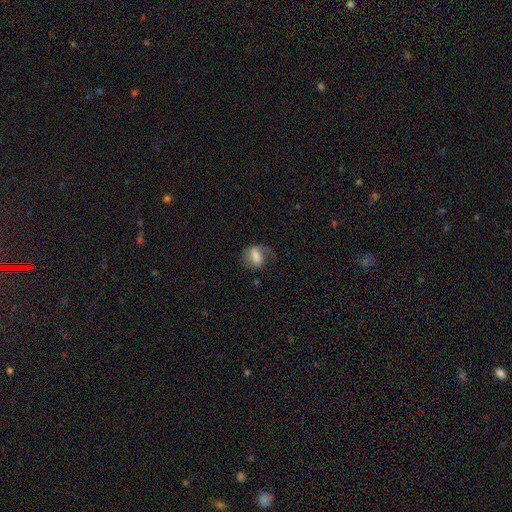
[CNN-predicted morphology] Smooth or featured: smooth — 47% (featured or disk — 45%)
Merging: none — 54% (minor disturbance — 23%)